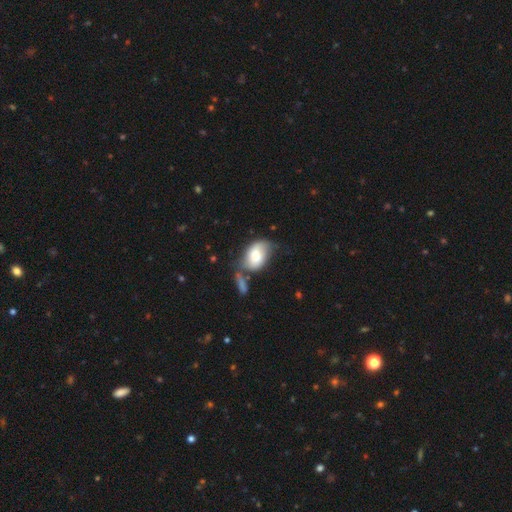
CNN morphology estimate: Smooth or featured: smooth — 70% (featured or disk — 24%)
How rounded: in between — 89% (round — 10%)
Merging: none — 36% (minor disturbance — 27%)